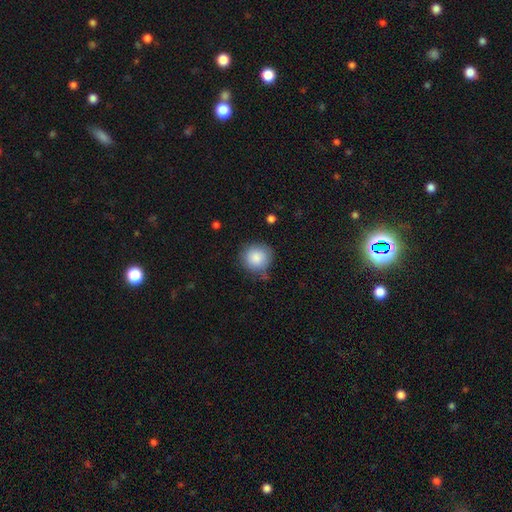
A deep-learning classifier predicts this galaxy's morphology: smooth 87%, star or artifact 8%, featured or disk 5%. Down the decision tree: how rounded — round (92%); merging — none (76%).